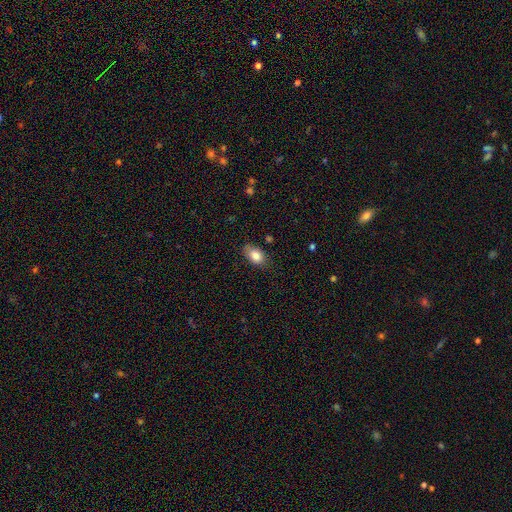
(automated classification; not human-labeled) Smooth or featured: smooth — 83% (featured or disk — 9%)
How rounded: in between — 88% (round — 11%)
Merging: none — 75% (minor disturbance — 20%)